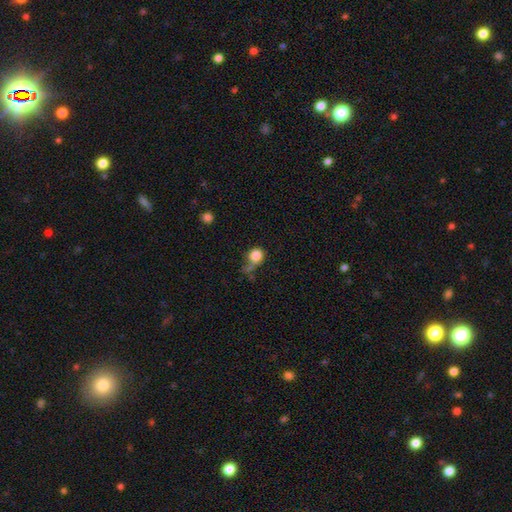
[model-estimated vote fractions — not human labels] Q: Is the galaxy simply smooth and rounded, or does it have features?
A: smooth — 82%.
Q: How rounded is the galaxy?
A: round — 83%.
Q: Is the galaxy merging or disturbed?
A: none — 41%.